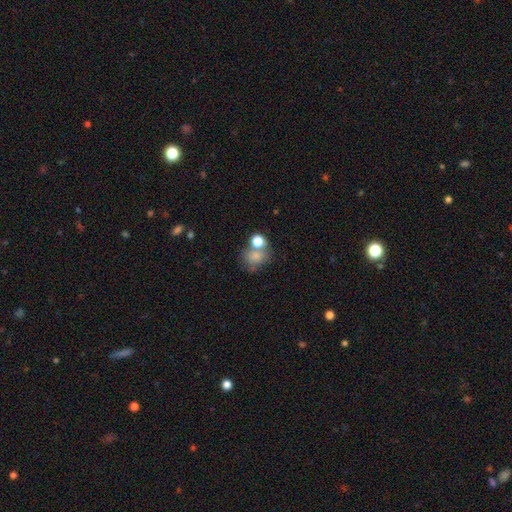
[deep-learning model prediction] Morphology: type=smooth (76%); roundness=round (67%); merging=none (46%).